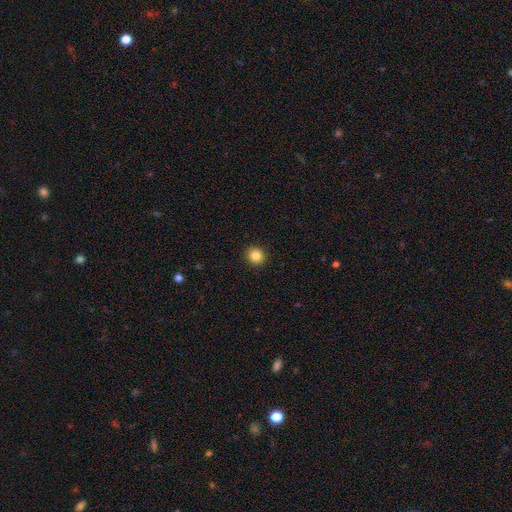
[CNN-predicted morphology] This is clearly a smooth galaxy (84%). How rounded: clearly round (88%). Merging: clearly none (93%).